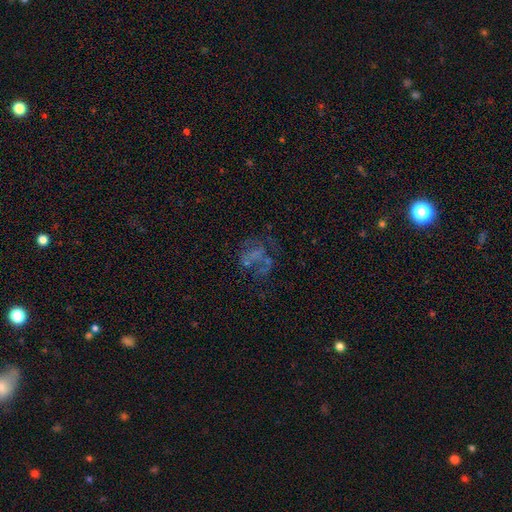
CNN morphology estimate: A featured or disk galaxy (54%) with no bar (85%), no spiral arms (78%) and no central bulge (76%). Merging: none (41%).